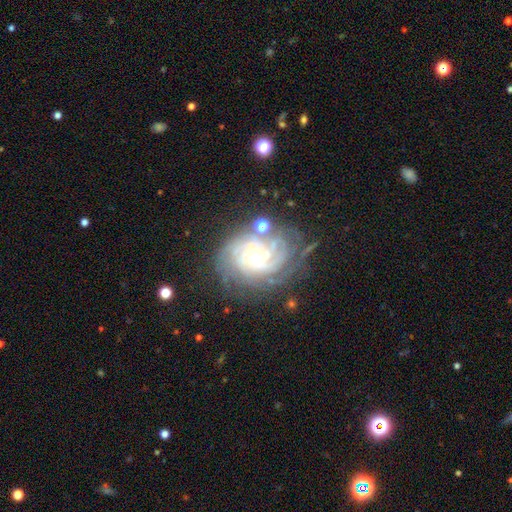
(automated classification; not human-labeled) A featured or disk galaxy (85%) with no bar (75%), tight (73%) spiral arms (96%) and a small central bulge (48%).

Vote fractions:
- Smooth or featured? featured or disk: 85% / star or artifact: 8% / smooth: 7%
- Edge-on disk? no: 97% / yes: 3%
- Bar? no: 75% / weak: 20% / strong: 5%
- Spiral arms? yes: 96% / no: 4%
- Spiral winding? tight: 73% / medium: 22% / loose: 5%
- Spiral arm count? can't tell: 32% / 4: 20% / 3: 16% / more than 4: 15% / 2: 11% / 1: 6%
- Bulge size? small: 48% / moderate: 46% / large: 4% / none: 1% / dominant: 1%
- Merging? none: 65% / minor disturbance: 19% / major disturbance: 11% / merger: 6%